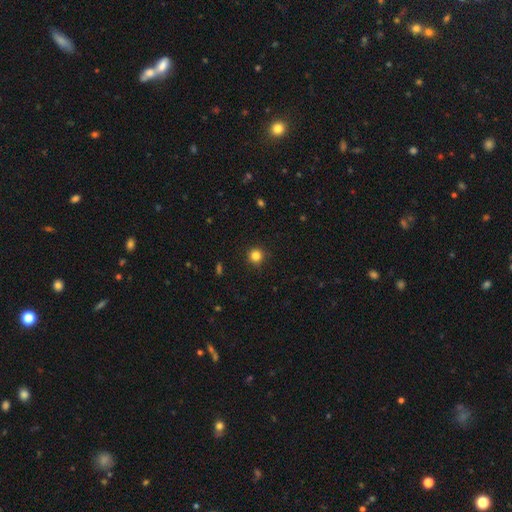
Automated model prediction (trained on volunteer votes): smooth-or-featured: smooth: 83% | star or artifact: 13% | featured or disk: 4%
  how-rounded: round: 95% | in between: 4% | cigar-shaped: 1%
  merging: none: 91% | minor disturbance: 6% | major disturbance: 2% | merger: 1%